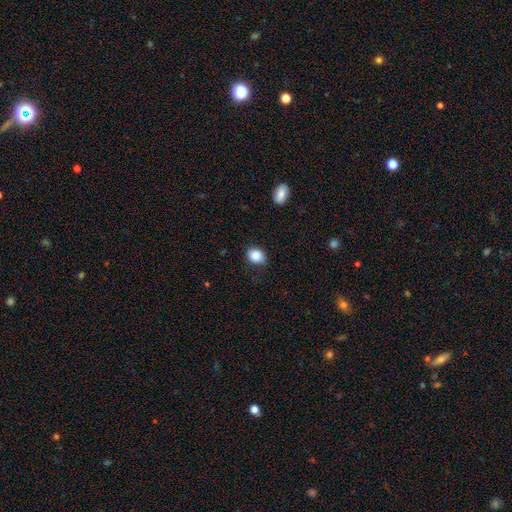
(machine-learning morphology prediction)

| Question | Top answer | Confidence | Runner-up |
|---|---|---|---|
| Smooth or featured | smooth | 84% | star or artifact (9%) |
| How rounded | round | 49% | tied: in between (49%) |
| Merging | none | 71% | minor disturbance (22%) |